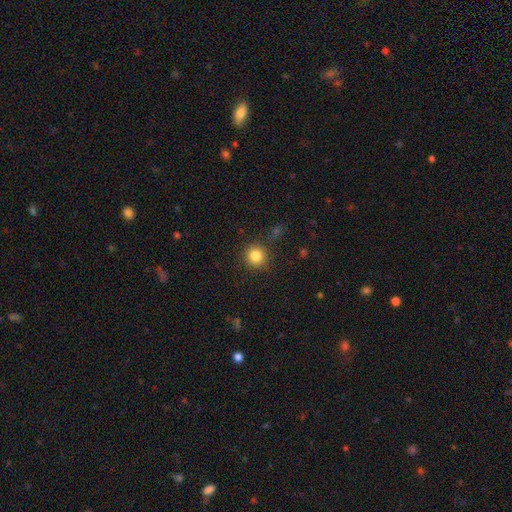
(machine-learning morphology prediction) The model was most divided on "smooth or featured": smooth: 83%, star or artifact: 11%, featured or disk: 5%. More confident: how rounded — round (94%); merging — none (86%).